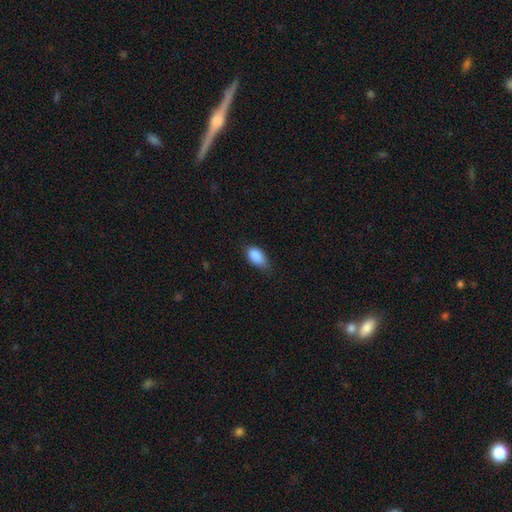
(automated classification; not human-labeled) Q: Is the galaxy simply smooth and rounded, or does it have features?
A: smooth — 89%.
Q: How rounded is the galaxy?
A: in between — 92%.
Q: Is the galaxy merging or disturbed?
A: none — 64%.